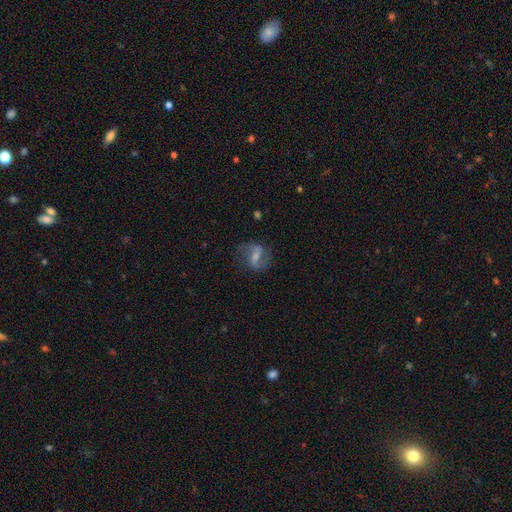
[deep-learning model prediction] Smooth or featured: featured or disk — 73% (smooth — 20%)
Edge-on disk: no — 96% (yes — 4%)
Bar: strong — 49% (weak — 38%)
Spiral arms: yes — 85% (no — 15%)
Spiral winding: loose — 44% (medium — 43%)
Spiral arm count: 2 — 87% (can't tell — 6%)
Bulge size: small — 40% (moderate — 36%)
Merging: none — 69% (minor disturbance — 17%)